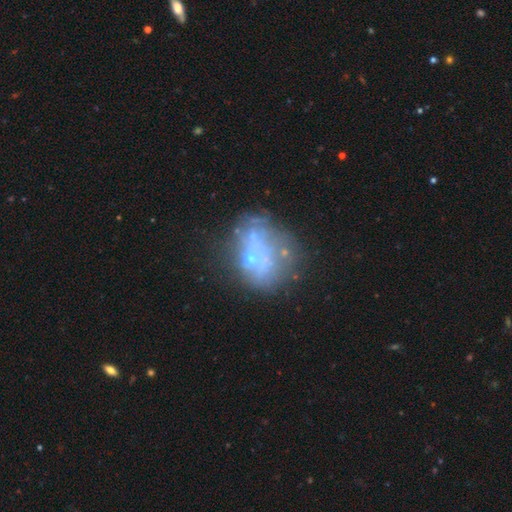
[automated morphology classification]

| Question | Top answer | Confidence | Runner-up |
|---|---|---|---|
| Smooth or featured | featured or disk | 51% | smooth (30%) |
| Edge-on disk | no | 97% | yes (3%) |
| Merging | none | 40% | major disturbance (26%) |